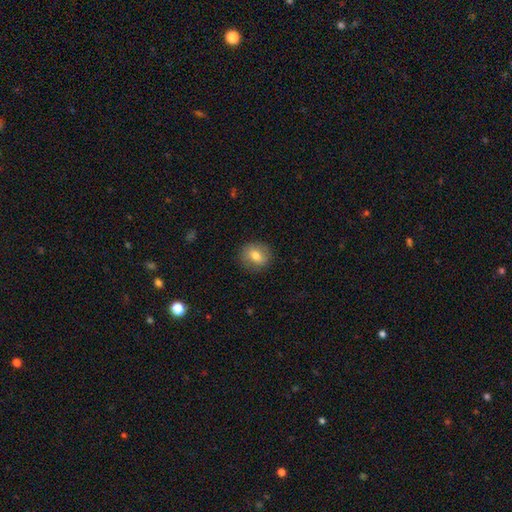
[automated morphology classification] A smooth galaxy with no disk features (72%) that is round (76%).

Vote fractions:
- Smooth or featured? smooth: 72% / featured or disk: 19% / star or artifact: 9%
- How rounded? round: 76% / in between: 23% / cigar-shaped: 1%
- Merging? none: 86% / minor disturbance: 10% / major disturbance: 3% / merger: 1%